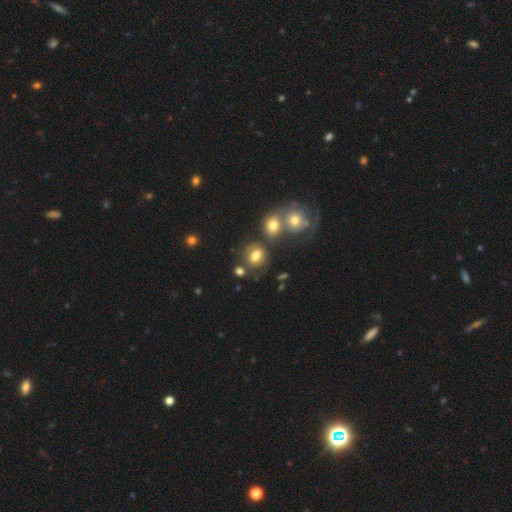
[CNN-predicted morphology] smooth_or_featured: smooth (p=0.72) [alt: featured or disk p=0.15]
how_rounded: round (p=0.53) [alt: in between p=0.46]
merging: none (p=0.58) [alt: merger p=0.19]